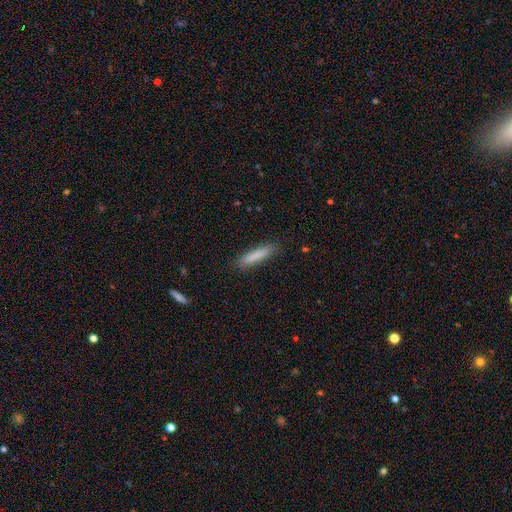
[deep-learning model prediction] This appears to be a smooth galaxy with no disk features (82%) that is cigar-shaped (88%). Merging: none (88%).